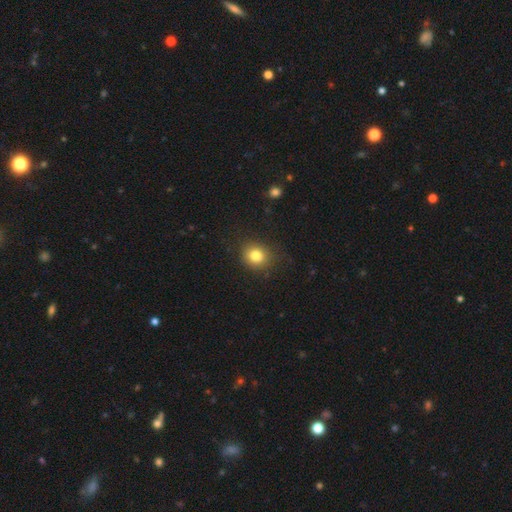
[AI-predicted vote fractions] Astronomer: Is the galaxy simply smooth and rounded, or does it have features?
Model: smooth — 81%.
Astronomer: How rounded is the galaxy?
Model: round — 79%.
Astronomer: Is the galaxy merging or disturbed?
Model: none — 85%.